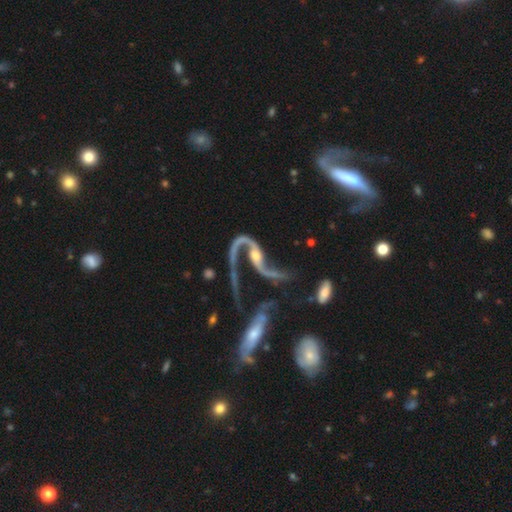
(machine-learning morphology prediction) This appears to be a featured or disk galaxy (90%) with no bar (48%), 2 (87%) loose (86%) spiral arms (95%) and a moderate central bulge (47%). Merging: none (37%).